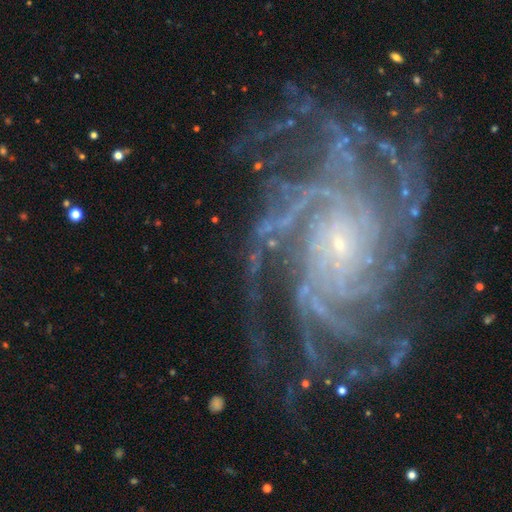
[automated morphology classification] Overall: featured or disk (91%). Edge-on disk: no (98%). Bar: no (61%; weak 27%). Spiral arms: yes (99%). Spiral arm count: more than 4 (40%; 4 21%). Spiral winding: tight (64%; medium 30%). Bulge size: small (86%). Merging: none (71%).